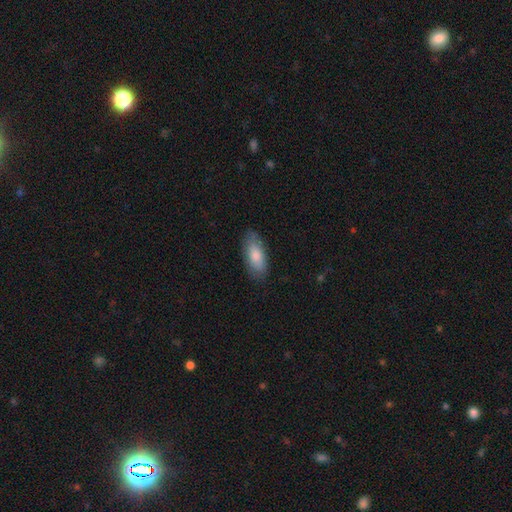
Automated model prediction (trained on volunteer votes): Smooth or featured: smooth — 82% (featured or disk — 12%)
How rounded: in between — 83% (cigar-shaped — 14%)
Merging: none — 83% (minor disturbance — 13%)